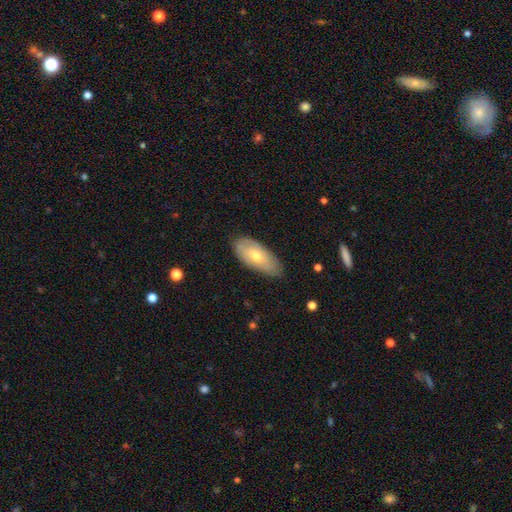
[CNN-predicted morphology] This appears to be a smooth galaxy with no disk features (54%) that is in between round and cigar-shaped (88%). Merging: none (77%).